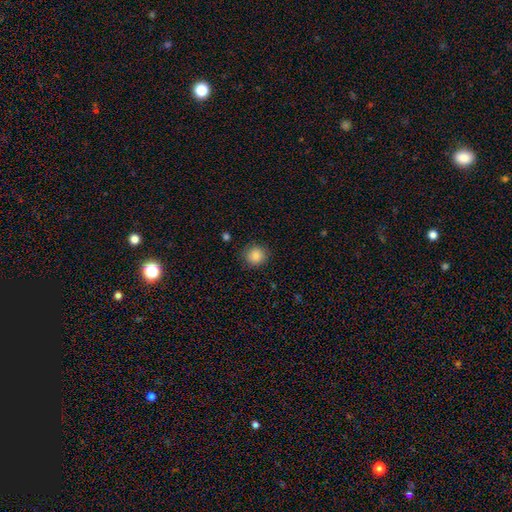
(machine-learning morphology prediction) Smooth or featured? Predicted: smooth (p=0.85). How rounded? Predicted: round (p=0.89). Merging? Predicted: none (p=0.87).